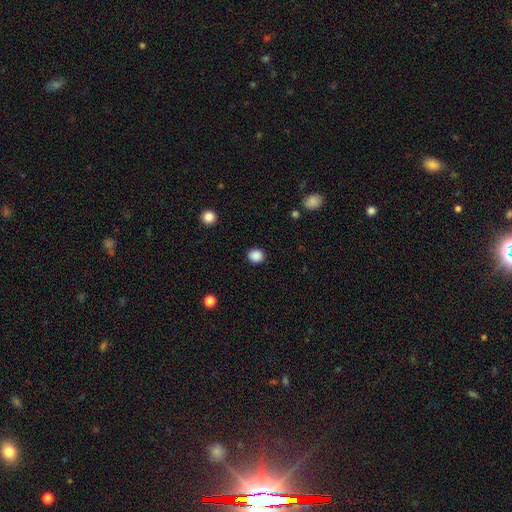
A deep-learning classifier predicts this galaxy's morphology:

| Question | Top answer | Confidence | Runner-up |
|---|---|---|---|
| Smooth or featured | smooth | 88% | star or artifact (10%) |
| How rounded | round | 83% | in between (16%) |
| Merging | none | 91% | minor disturbance (6%) |